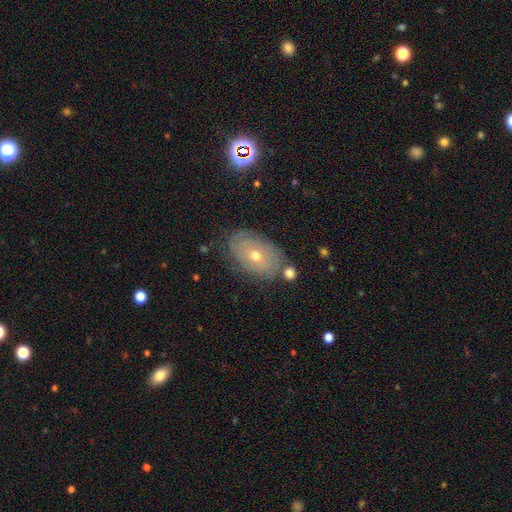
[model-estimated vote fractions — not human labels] A featured or disk galaxy (53%).

Vote fractions:
- Smooth or featured? featured or disk: 53% / smooth: 36% / star or artifact: 11%
- Edge-on disk? no: 92% / yes: 8%
- Merging? none: 75% / minor disturbance: 17% / major disturbance: 5% / merger: 3%